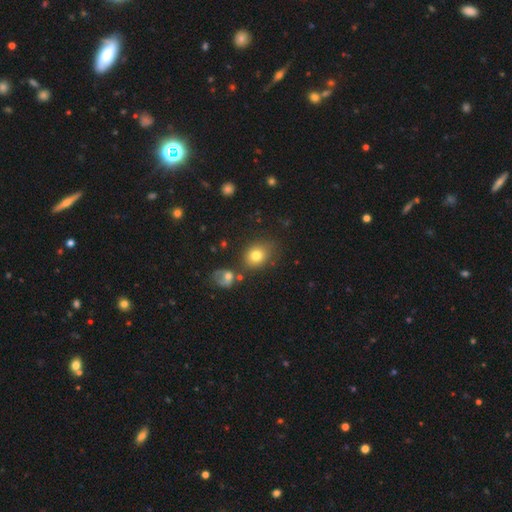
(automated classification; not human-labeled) Smooth or featured: smooth — 78% (star or artifact — 12%)
How rounded: round — 54% (in between — 45%)
Merging: none — 71% (minor disturbance — 15%)